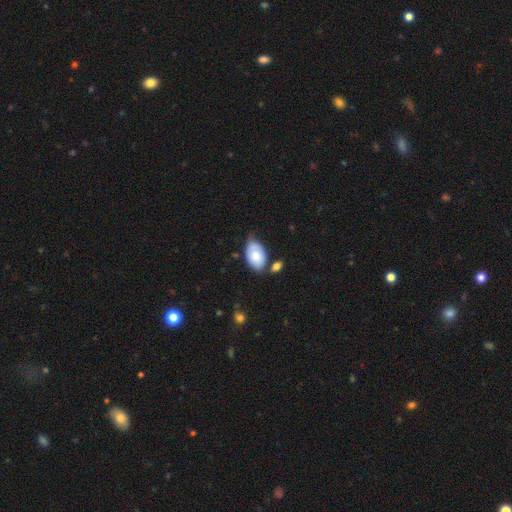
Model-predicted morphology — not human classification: This is likely a smooth galaxy (78%). How rounded: clearly in between (92%). Merging: possibly none (52%).